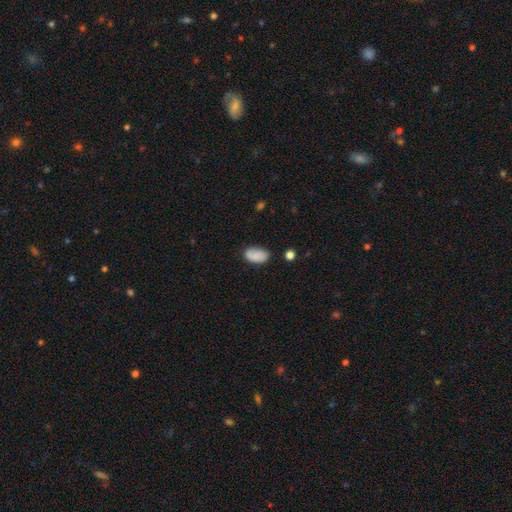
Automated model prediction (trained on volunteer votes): Smooth or featured? smooth (81%)
How rounded? in between (93%)
Merging? none (69%)